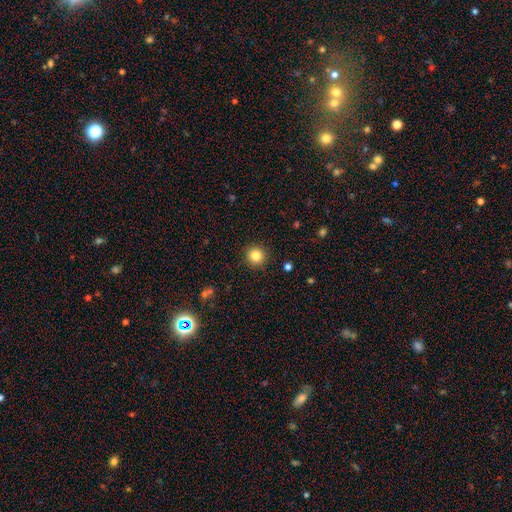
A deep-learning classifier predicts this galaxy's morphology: Q: Smooth or featured?
A: smooth (83%); runner-up: star or artifact (11%)
Q: How rounded?
A: round (94%); runner-up: in between (5%)
Q: Merging?
A: none (92%); runner-up: minor disturbance (5%)